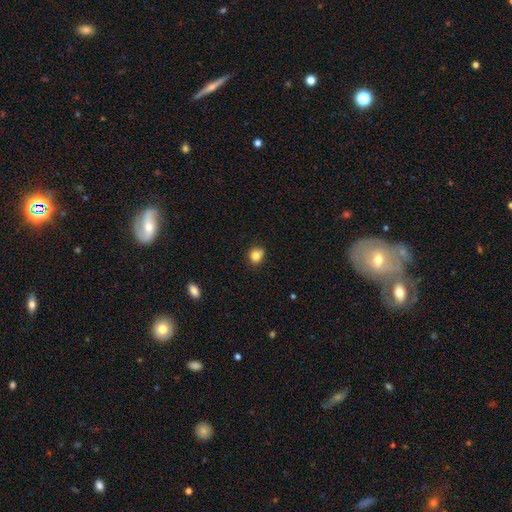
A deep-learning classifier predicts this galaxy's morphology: type=smooth (82%); roundness=round (69%); merging=none (65%).